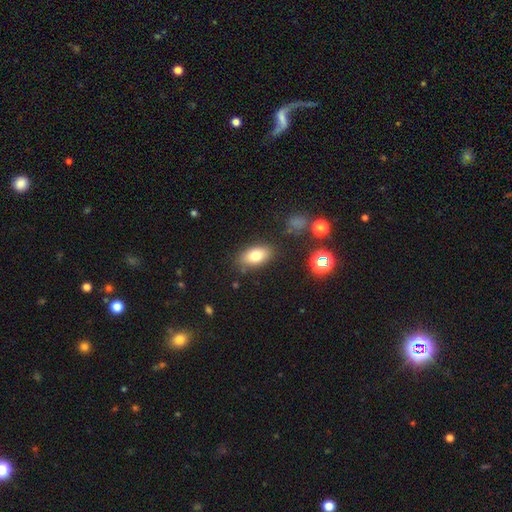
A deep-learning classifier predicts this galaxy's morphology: smooth-or-featured: smooth: 78% | featured or disk: 13% | star or artifact: 10%
  how-rounded: in between: 89% | round: 8% | cigar-shaped: 3%
  merging: none: 82% | minor disturbance: 12% | major disturbance: 3% | merger: 3%